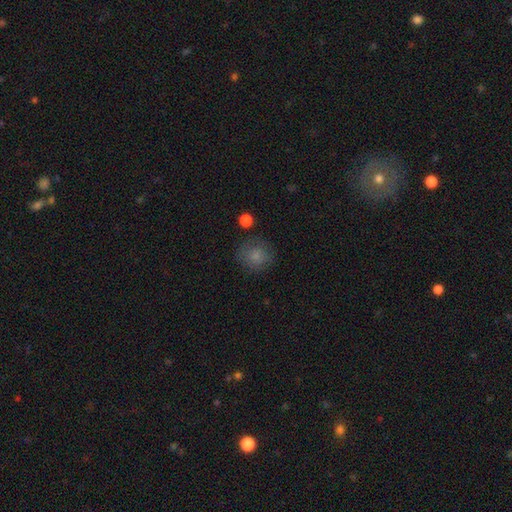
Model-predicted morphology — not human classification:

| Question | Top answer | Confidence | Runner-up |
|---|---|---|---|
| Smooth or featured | smooth | 81% | star or artifact (10%) |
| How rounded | round | 85% | in between (14%) |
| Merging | none | 76% | minor disturbance (15%) |